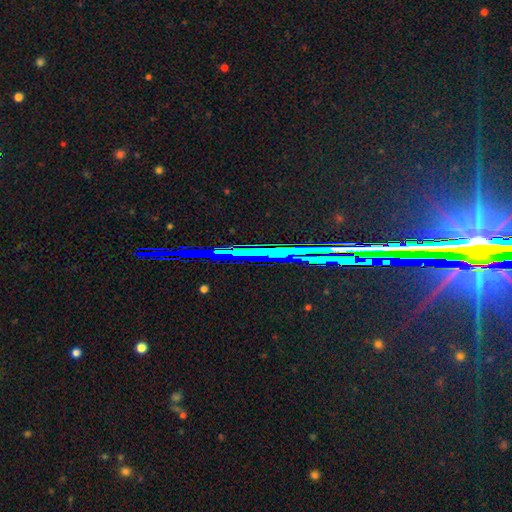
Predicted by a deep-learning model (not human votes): The model was most divided on "smooth or featured": star or artifact: 80%, featured or disk: 12%, smooth: 8%.